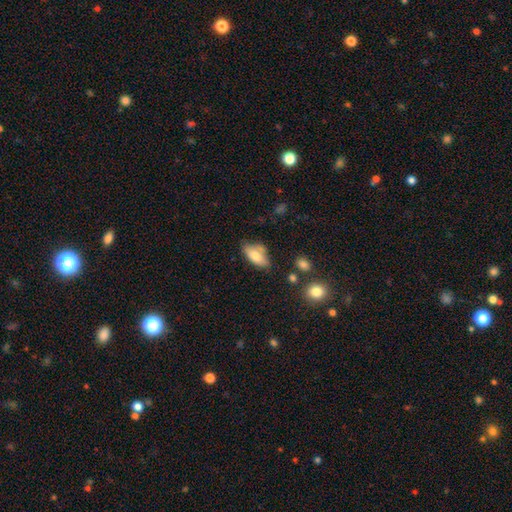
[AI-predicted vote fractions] Q: Smooth or featured?
A: smooth (78%); runner-up: featured or disk (14%)
Q: How rounded?
A: in between (89%); runner-up: cigar-shaped (8%)
Q: Merging?
A: none (59%); runner-up: minor disturbance (27%)